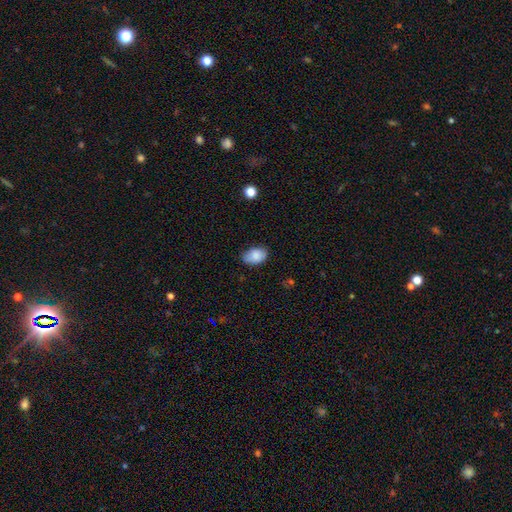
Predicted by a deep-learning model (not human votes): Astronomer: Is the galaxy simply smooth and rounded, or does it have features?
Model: smooth — 86%.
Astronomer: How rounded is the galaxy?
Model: in between — 88%.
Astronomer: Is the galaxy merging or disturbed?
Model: none — 73%.